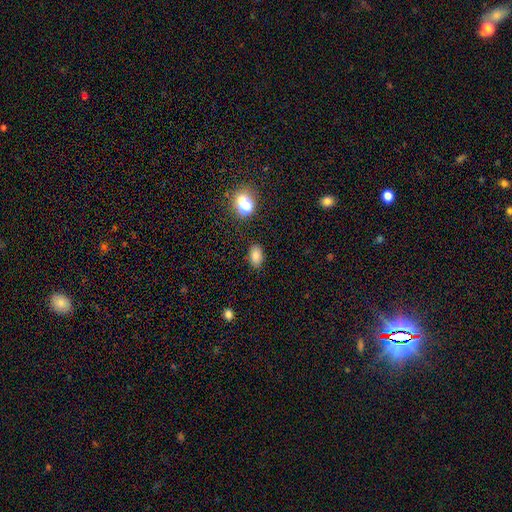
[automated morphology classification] smooth_or_featured: smooth (p=0.80) [alt: star or artifact p=0.14]
how_rounded: in between (p=0.86) [alt: round p=0.12]
merging: none (p=0.85) [alt: minor disturbance p=0.10]